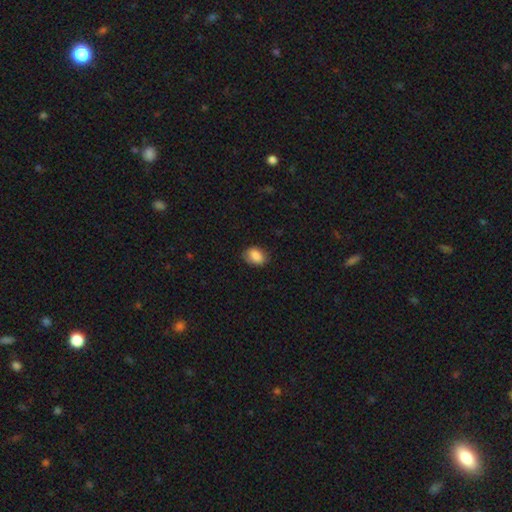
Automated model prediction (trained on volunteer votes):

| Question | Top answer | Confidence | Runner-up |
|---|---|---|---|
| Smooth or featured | smooth | 86% | star or artifact (8%) |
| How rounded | in between | 76% | round (23%) |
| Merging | none | 79% | minor disturbance (17%) |